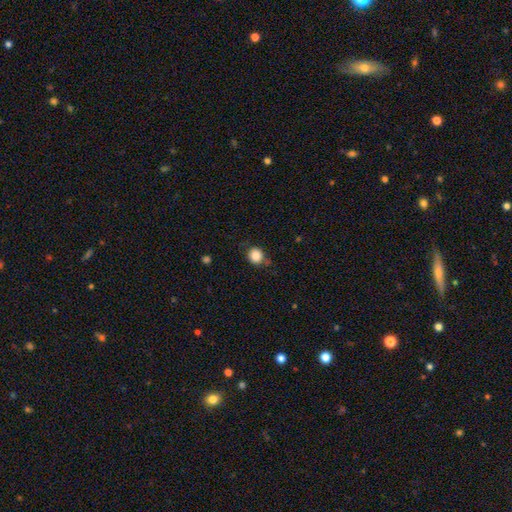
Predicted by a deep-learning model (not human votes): Morphology: type=smooth (86%); roundness=round (80%); merging=none (77%).